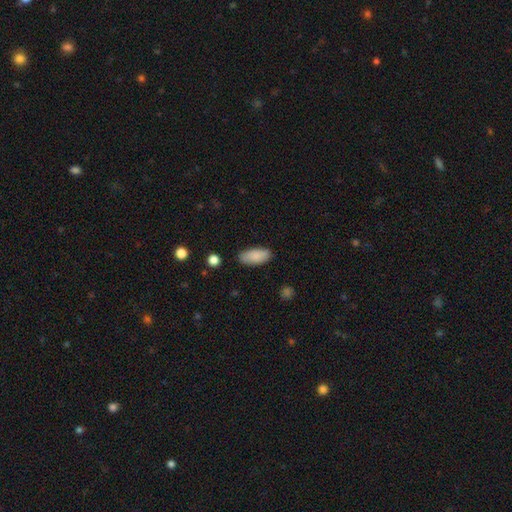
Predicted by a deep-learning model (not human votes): Morphology: type=smooth (87%); roundness=in between (89%); merging=none (84%).